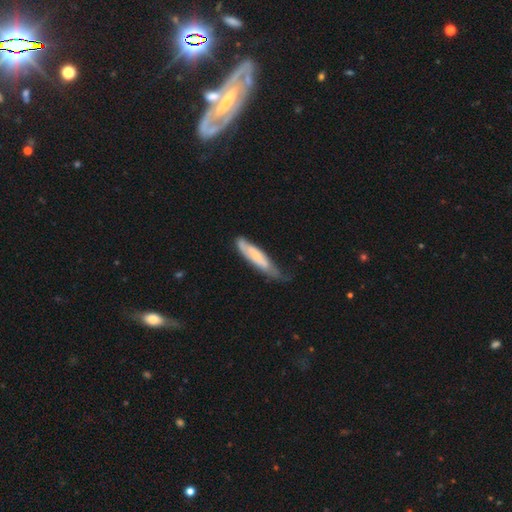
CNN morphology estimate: A smooth galaxy with no disk features (52%) that is cigar-shaped (78%). Merging: none (48%).